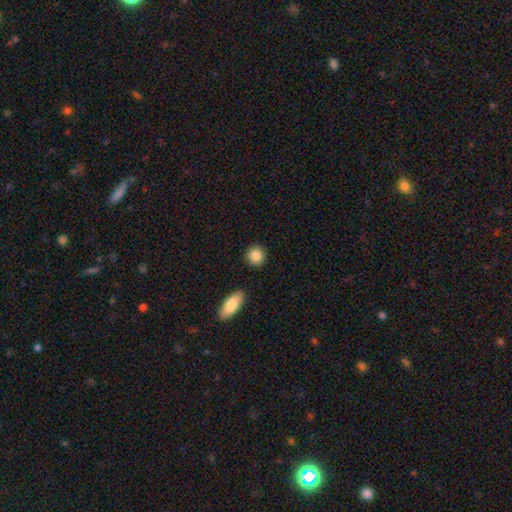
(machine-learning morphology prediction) Q: Smooth or featured?
A: smooth (87%); runner-up: star or artifact (7%)
Q: How rounded?
A: round (87%); runner-up: in between (12%)
Q: Merging?
A: none (89%); runner-up: minor disturbance (7%)